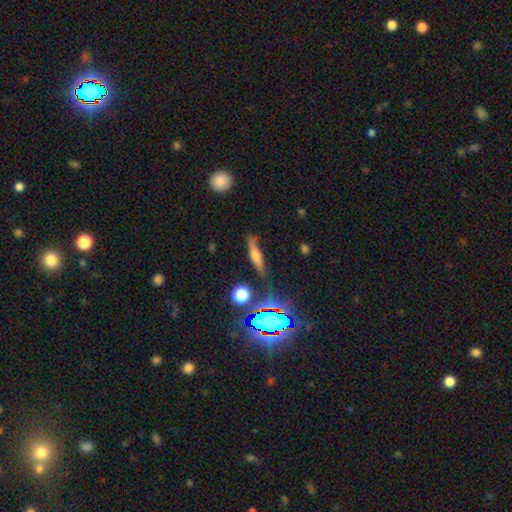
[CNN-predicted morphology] This appears to be a featured or disk galaxy (44%). Merging: none (76%).